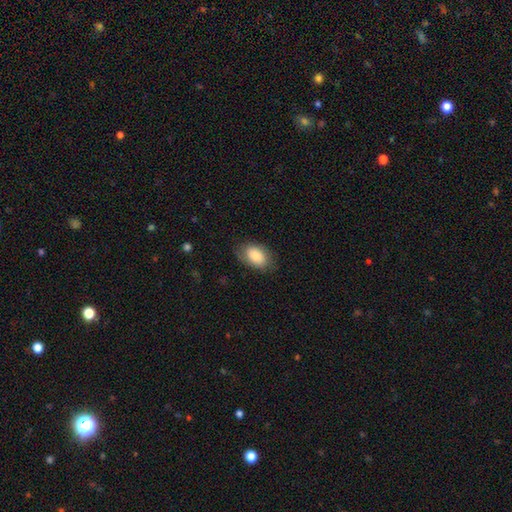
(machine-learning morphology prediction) The model was most divided on "merging": none: 75%, minor disturbance: 18%, major disturbance: 6%, merger: 1%. More confident: how rounded — in between (90%); smooth or featured — smooth (81%).